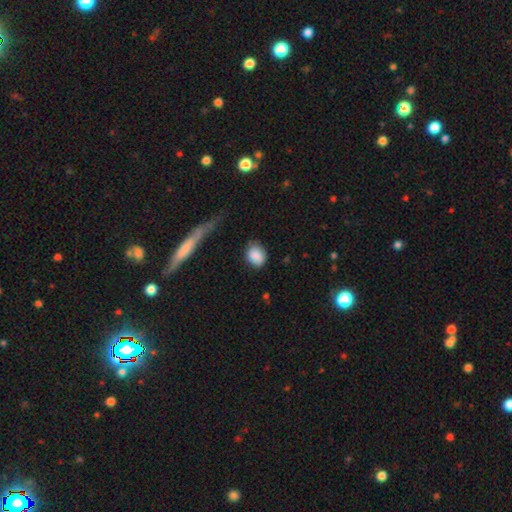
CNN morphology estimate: Smooth or featured? Predicted: smooth (p=0.87). How rounded? Predicted: round (p=0.52). Merging? Predicted: none (p=0.73).